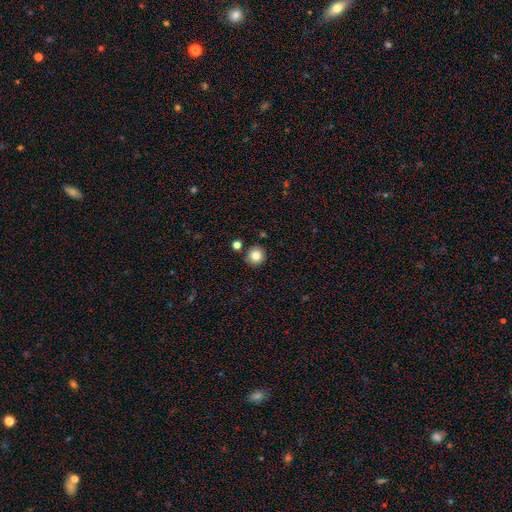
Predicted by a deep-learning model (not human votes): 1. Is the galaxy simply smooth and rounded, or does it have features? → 82% smooth, 11% star or artifact, 7% featured or disk.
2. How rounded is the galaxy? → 94% round, 5% in between, 1% cigar-shaped.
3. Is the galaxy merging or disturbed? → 86% none, 7% minor disturbance, 5% merger, 2% major disturbance.